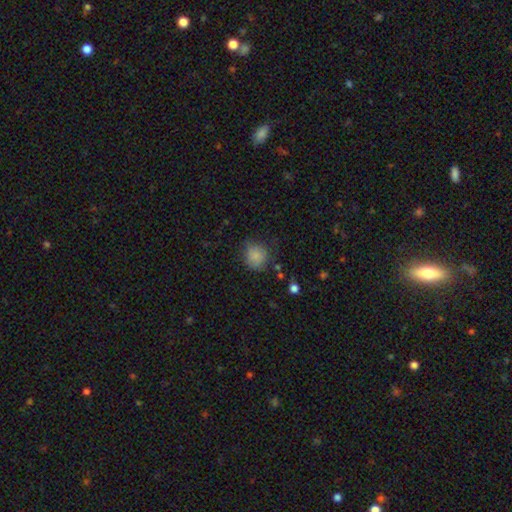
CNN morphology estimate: Smooth or featured: smooth — 82% (star or artifact — 11%)
How rounded: round — 82% (in between — 18%)
Merging: none — 68% (minor disturbance — 22%)